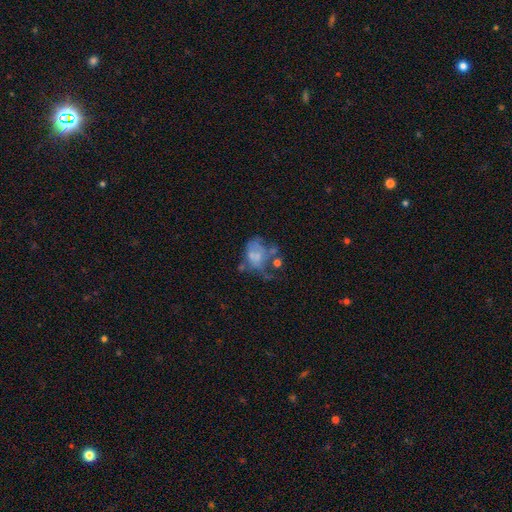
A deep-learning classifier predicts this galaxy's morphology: A featured or disk galaxy (47%). Merging: major disturbance (41%).